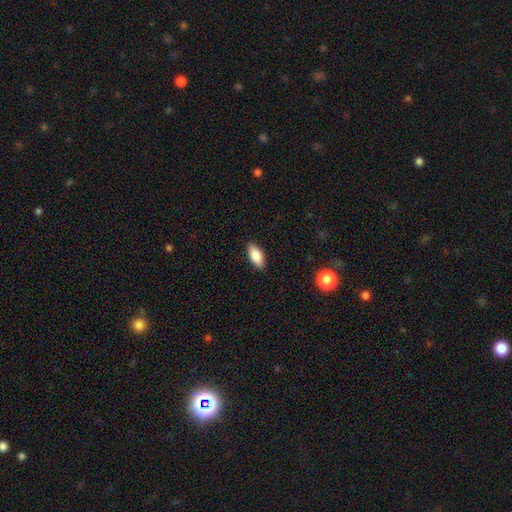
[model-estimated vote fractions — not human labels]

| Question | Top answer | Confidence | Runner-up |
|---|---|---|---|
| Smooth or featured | smooth | 85% | featured or disk (8%) |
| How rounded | in between | 87% | cigar-shaped (11%) |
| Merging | none | 88% | minor disturbance (9%) |